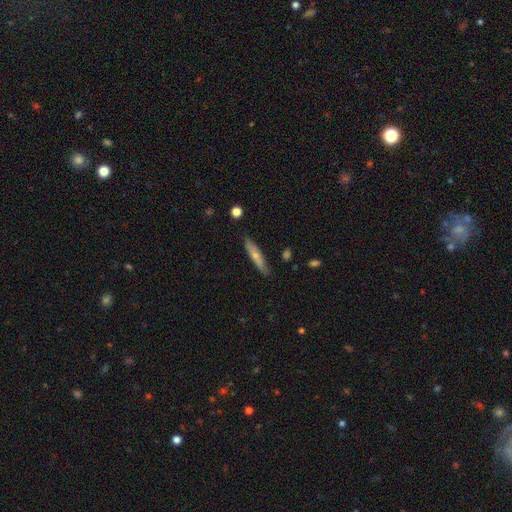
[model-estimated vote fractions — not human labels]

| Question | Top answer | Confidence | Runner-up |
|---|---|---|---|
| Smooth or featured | smooth | 59% | featured or disk (35%) |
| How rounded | cigar-shaped | 84% | in between (14%) |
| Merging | none | 84% | minor disturbance (12%) |